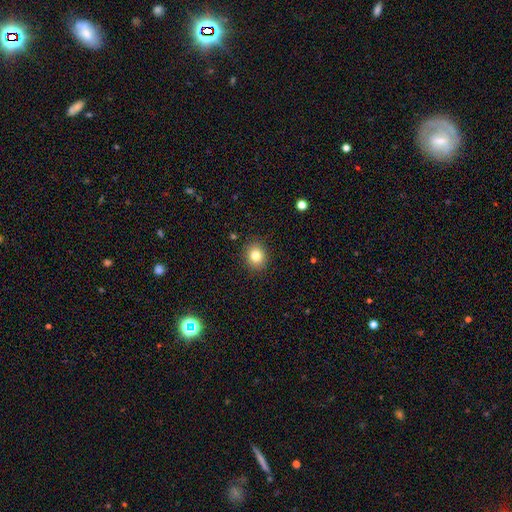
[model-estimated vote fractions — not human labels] smooth_or_featured: smooth (p=0.81) [alt: star or artifact p=0.11]
how_rounded: round (p=0.71) [alt: in between p=0.28]
merging: none (p=0.89) [alt: minor disturbance p=0.08]